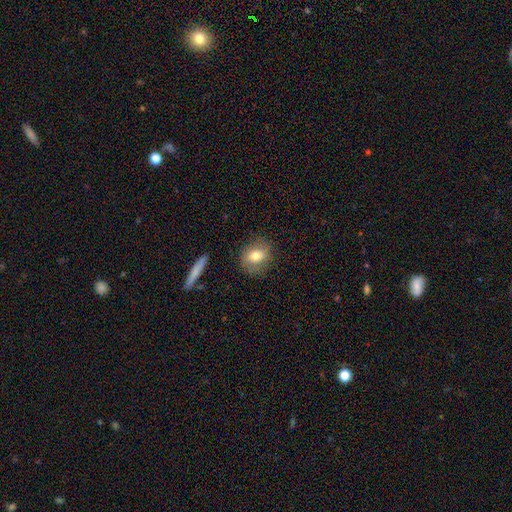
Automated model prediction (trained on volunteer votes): This is likely a smooth galaxy (70%). How rounded: possibly round (52%). Merging: clearly none (80%).